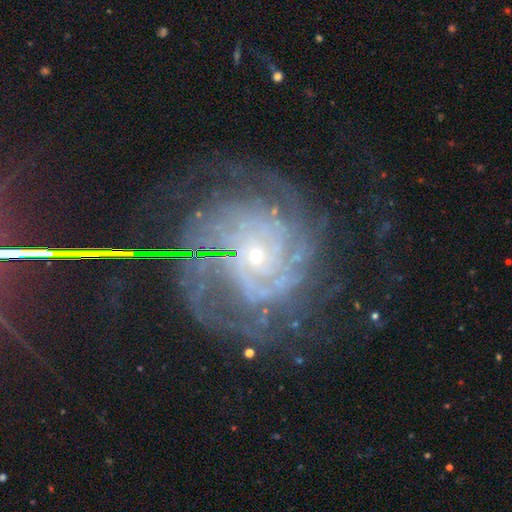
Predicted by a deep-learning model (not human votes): Overall: featured or disk (87%). Edge-on disk: no (97%). Bar: no (76%). Spiral arms: yes (96%). Spiral arm count: can't tell (31%; 2 18%). Spiral winding: tight (67%). Bulge size: small (76%). Merging: none (65%).